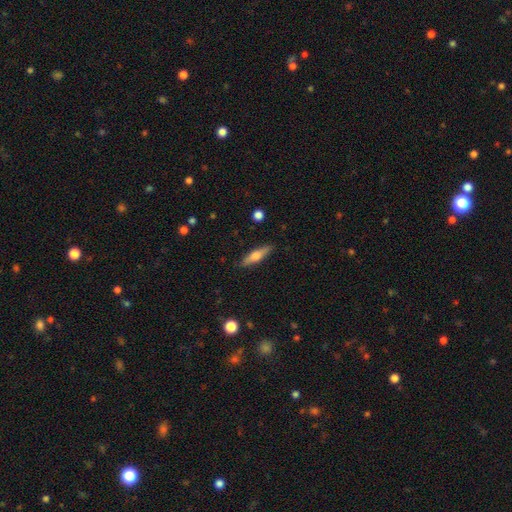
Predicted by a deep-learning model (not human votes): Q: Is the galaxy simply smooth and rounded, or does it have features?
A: smooth — 51%.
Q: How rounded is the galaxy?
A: cigar-shaped — 72%.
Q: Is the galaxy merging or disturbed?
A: none — 88%.